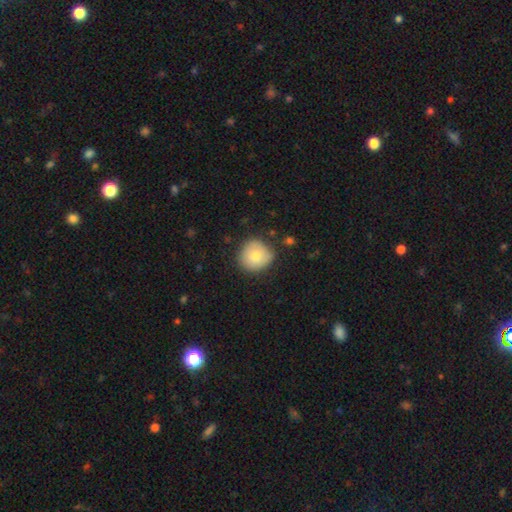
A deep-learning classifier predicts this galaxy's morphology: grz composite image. It shows a smooth galaxy with no disk features (78%) that is round (90%). Merging: none (77%).